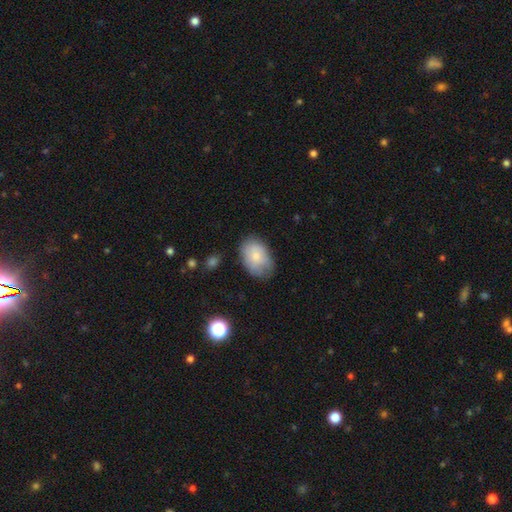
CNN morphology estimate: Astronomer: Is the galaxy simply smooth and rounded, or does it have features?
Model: smooth — 76%.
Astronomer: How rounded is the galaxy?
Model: in between — 85%.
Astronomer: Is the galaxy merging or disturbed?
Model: none — 68%.